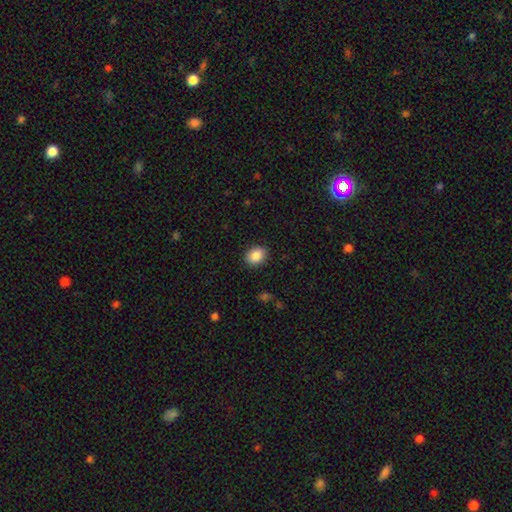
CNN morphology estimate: Smooth or featured: smooth — 88% (star or artifact — 8%)
How rounded: in between — 58% (round — 42%)
Merging: none — 89% (minor disturbance — 8%)